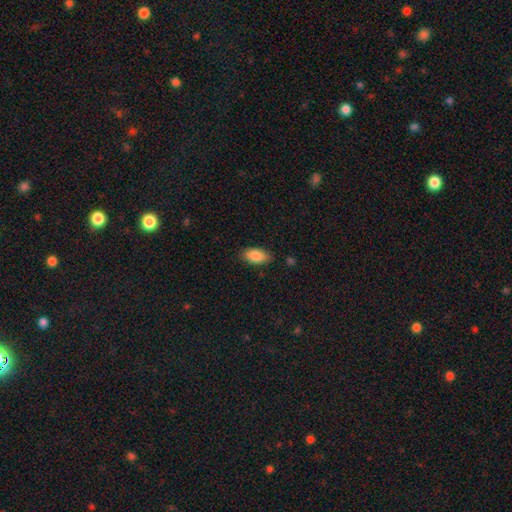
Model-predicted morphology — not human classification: Smooth or featured?
  - smooth: 87% *
  - star or artifact: 7%
  - featured or disk: 7%
How rounded?
  - in between: 91% *
  - cigar-shaped: 6%
  - round: 3%
Merging?
  - none: 83% *
  - minor disturbance: 13%
  - major disturbance: 3%
  - merger: 2%